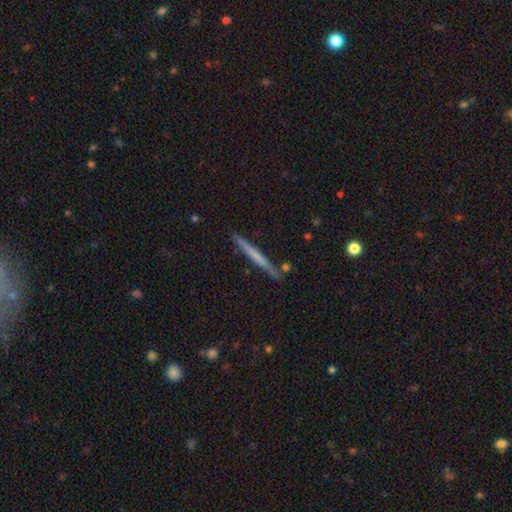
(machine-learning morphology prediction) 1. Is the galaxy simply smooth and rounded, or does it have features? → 47% smooth (tied), 47% featured or disk (tied), 6% star or artifact.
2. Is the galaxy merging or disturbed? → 88% none, 8% minor disturbance, 3% merger, 2% major disturbance.